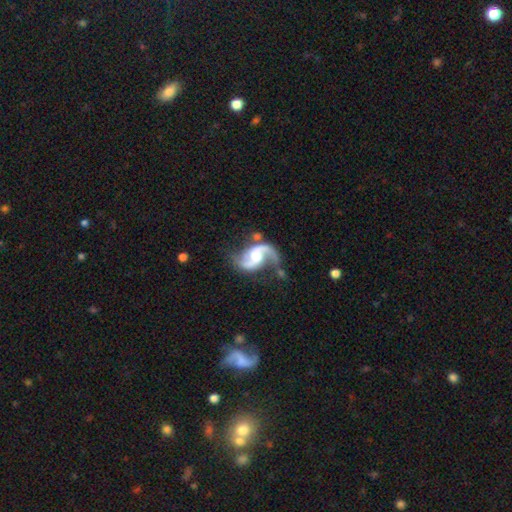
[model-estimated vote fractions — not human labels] This appears to be a featured or disk galaxy (91%) with a weak bar (44%), 2 (91%) loose (51%) spiral arms (97%) and a moderate central bulge (58%). Merging: none (55%).